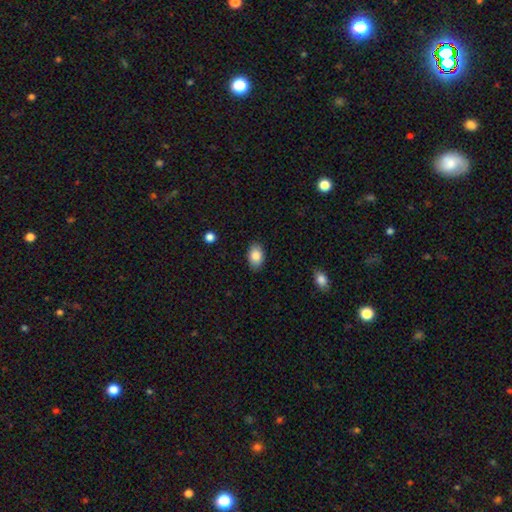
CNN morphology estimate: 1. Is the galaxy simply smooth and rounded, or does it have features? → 85% smooth, 8% featured or disk, 7% star or artifact.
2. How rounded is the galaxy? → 89% in between, 10% round, 1% cigar-shaped.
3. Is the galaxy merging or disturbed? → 87% none, 10% minor disturbance, 2% major disturbance, 1% merger.